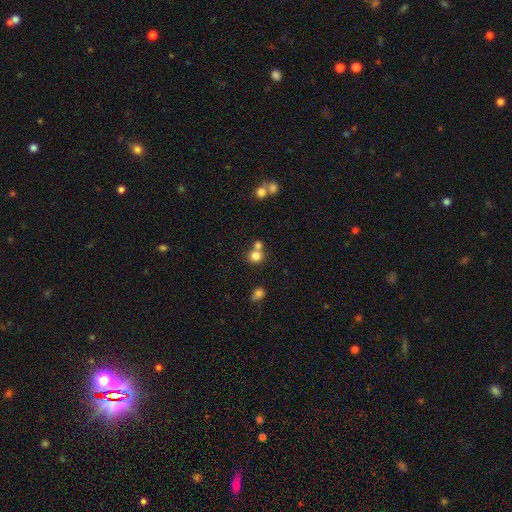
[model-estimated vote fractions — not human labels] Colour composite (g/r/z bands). It shows a smooth galaxy with no disk features (79%) that is round (82%). Merging: none (52%).